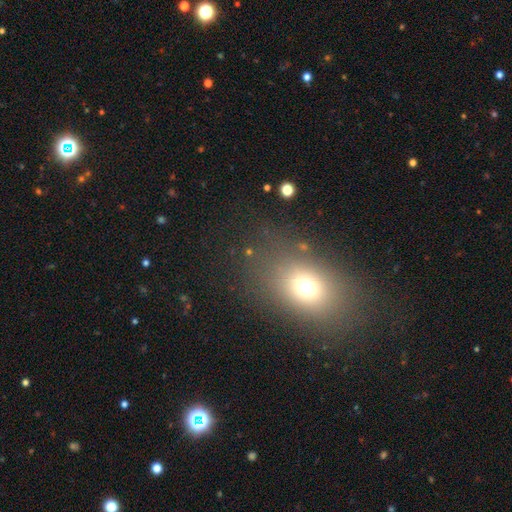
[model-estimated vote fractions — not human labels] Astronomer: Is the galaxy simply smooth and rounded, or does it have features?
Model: smooth — 66%.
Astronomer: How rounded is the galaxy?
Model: in between — 67%.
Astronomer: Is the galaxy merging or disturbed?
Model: none — 83%.